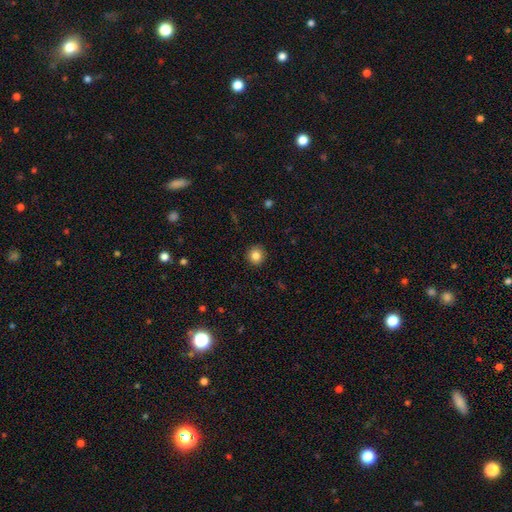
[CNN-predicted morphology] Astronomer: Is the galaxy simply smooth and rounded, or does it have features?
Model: smooth — 84%.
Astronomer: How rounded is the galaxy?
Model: round — 91%.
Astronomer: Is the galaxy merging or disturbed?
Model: none — 92%.